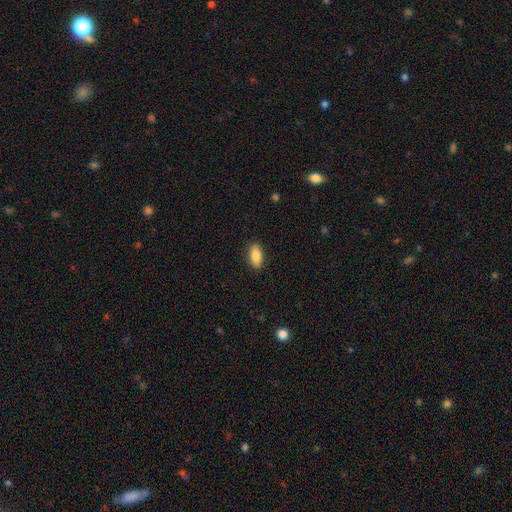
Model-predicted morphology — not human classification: Smooth or featured: smooth — 86% (featured or disk — 8%)
How rounded: in between — 90% (cigar-shaped — 7%)
Merging: none — 88% (minor disturbance — 9%)